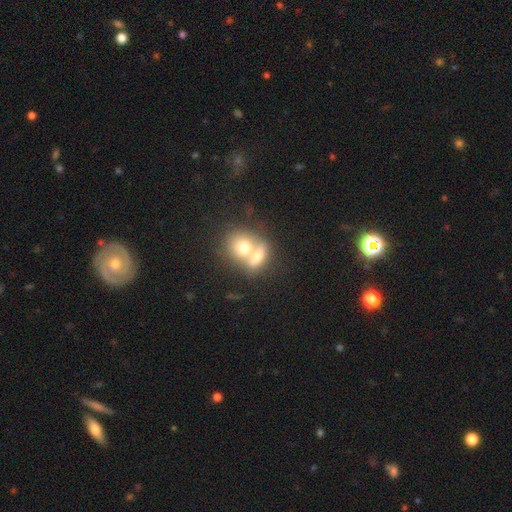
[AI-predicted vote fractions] Smooth or featured: smooth — 66% (featured or disk — 25%)
How rounded: round — 48% (in between — 47%)
Merging: merger — 69% (none — 22%)